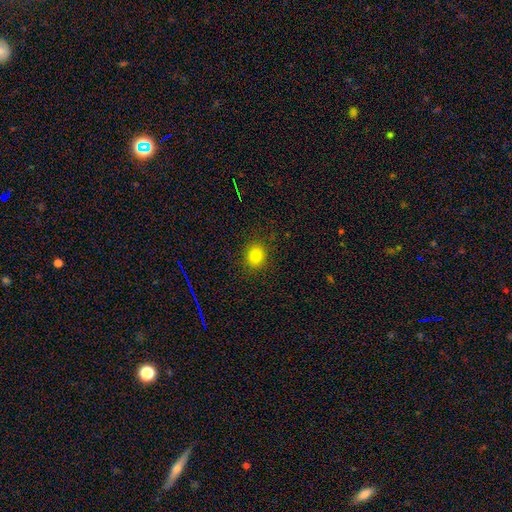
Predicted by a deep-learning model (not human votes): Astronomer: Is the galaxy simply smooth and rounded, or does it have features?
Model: smooth — 81%.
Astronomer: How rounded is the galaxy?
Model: round — 71%.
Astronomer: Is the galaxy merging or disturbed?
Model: none — 89%.